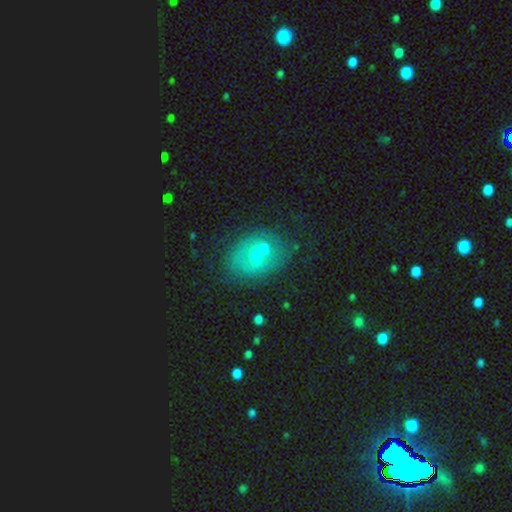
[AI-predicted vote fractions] This is marginally a smooth galaxy (38%). Merging: possibly none (56%).